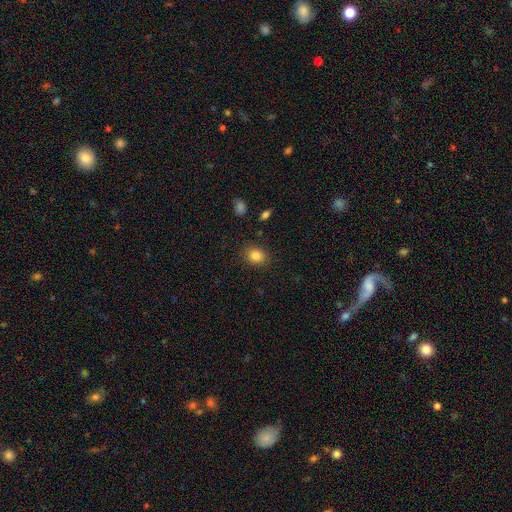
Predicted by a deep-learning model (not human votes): Smooth or featured? smooth (84%)
How rounded? round (54%)
Merging? none (87%)